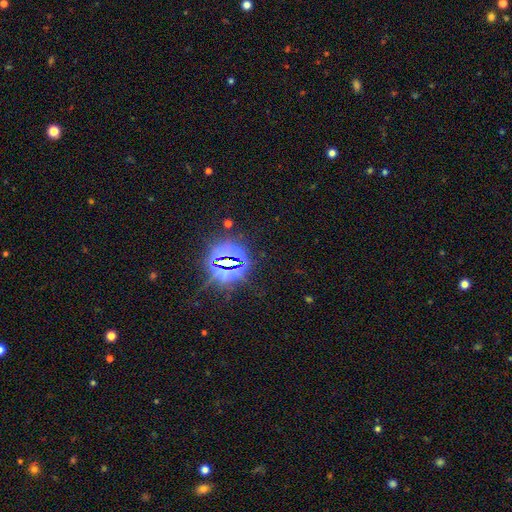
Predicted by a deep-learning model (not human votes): Smooth or featured? star or artifact (86%)